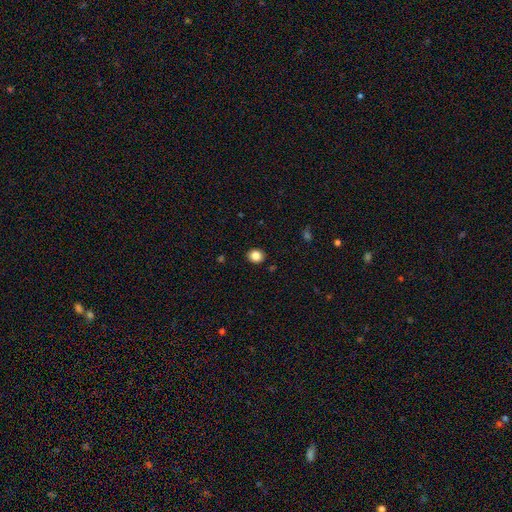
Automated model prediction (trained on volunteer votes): smooth 86%, star or artifact 10%, featured or disk 4%. Down the decision tree: how rounded — round (72%); merging — none (91%).